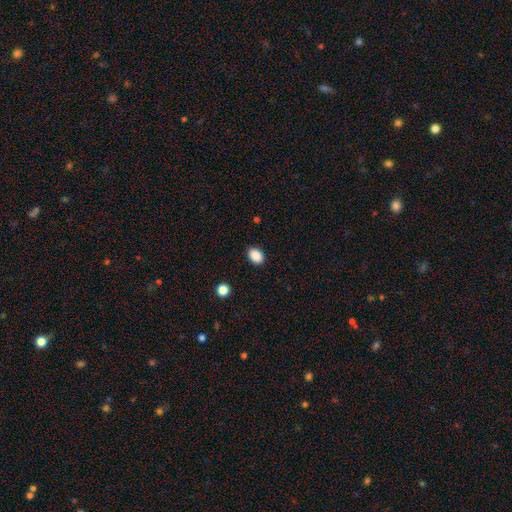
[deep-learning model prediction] smooth 89%, star or artifact 9%, featured or disk 3%. Down the decision tree: how rounded — in between (74%); merging — none (89%).